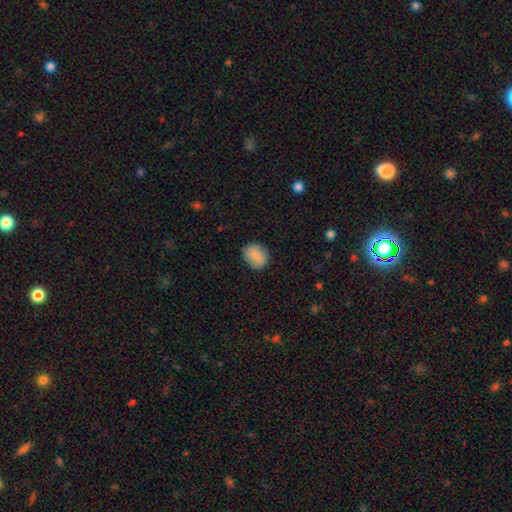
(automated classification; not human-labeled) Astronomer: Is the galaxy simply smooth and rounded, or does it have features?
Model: smooth — 82%.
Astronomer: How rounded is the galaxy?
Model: round — 64%.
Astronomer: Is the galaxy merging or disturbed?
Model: none — 84%.